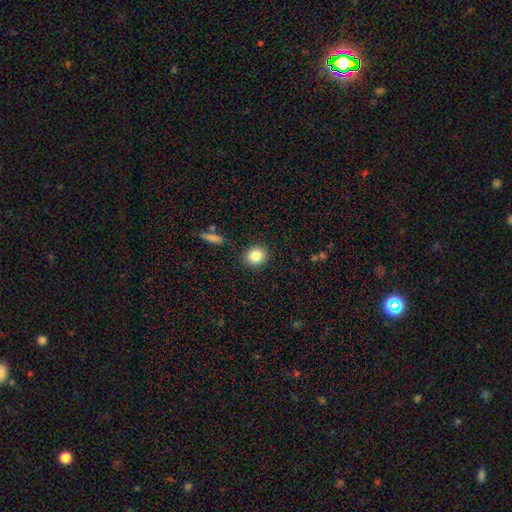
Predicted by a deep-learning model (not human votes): smooth-or-featured: smooth: 84% | star or artifact: 9% | featured or disk: 7%
  how-rounded: round: 80% | in between: 19% | cigar-shaped: 1%
  merging: none: 89% | minor disturbance: 7% | major disturbance: 2% | merger: 2%